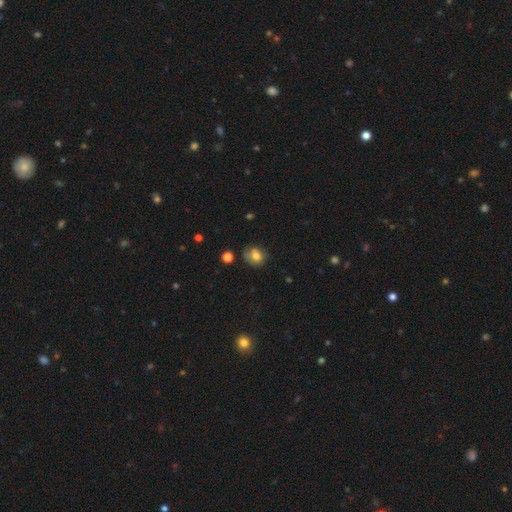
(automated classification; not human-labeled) This appears to be a smooth galaxy with no disk features (70%) that is round (61%). Merging: none (59%).